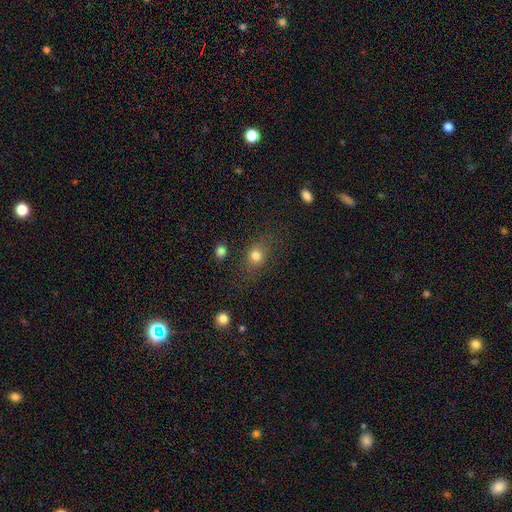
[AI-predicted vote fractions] smooth_or_featured: smooth (p=0.77) [alt: star or artifact p=0.14]
how_rounded: round (p=0.63) [alt: in between p=0.35]
merging: none (p=0.77) [alt: minor disturbance p=0.13]